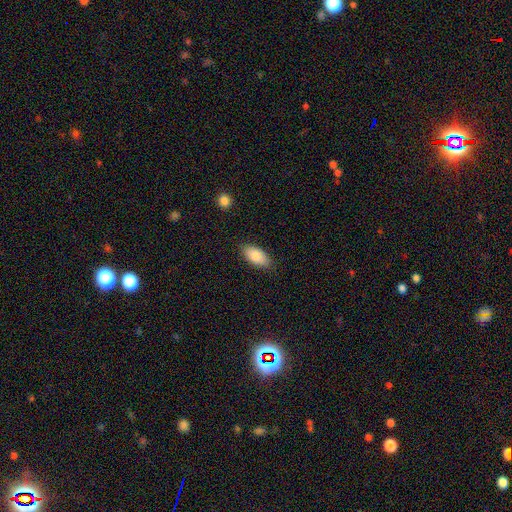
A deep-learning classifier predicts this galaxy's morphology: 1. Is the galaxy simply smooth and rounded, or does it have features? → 86% smooth, 8% featured or disk, 7% star or artifact.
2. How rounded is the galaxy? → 92% in between, 5% cigar-shaped, 2% round.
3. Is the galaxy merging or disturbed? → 85% none, 12% minor disturbance, 2% major disturbance, 1% merger.